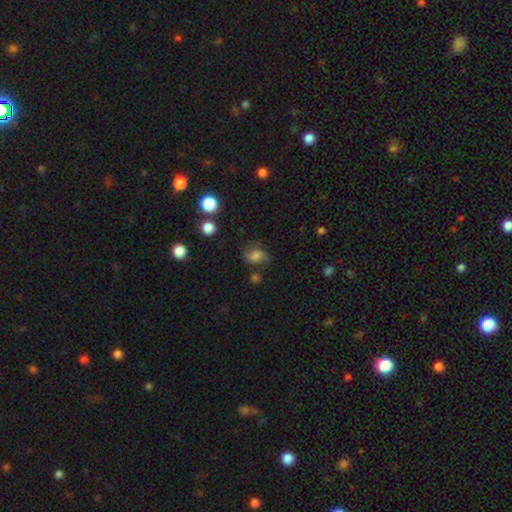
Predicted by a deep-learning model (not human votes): smooth-or-featured: smooth: 64% | featured or disk: 23% | star or artifact: 13%
  how-rounded: in between: 59% | round: 40% | cigar-shaped: 1%
  merging: none: 60% | minor disturbance: 24% | major disturbance: 12% | merger: 4%